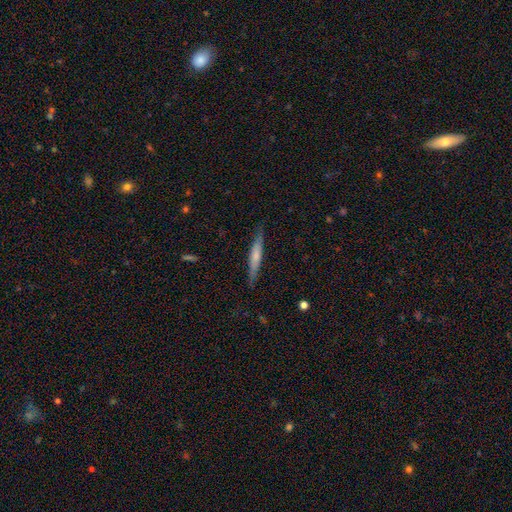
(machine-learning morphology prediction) type=smooth (51%); roundness=cigar-shaped (91%); merging=none (85%).